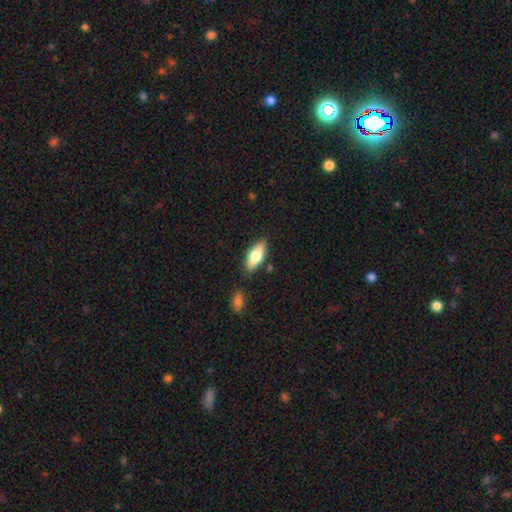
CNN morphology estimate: The model was most divided on "smooth or featured": smooth: 65%, featured or disk: 29%, star or artifact: 6%. More confident: merging — none (80%); how rounded — in between (73%).